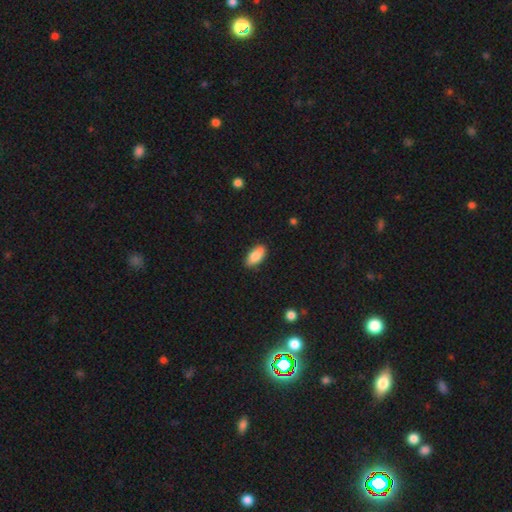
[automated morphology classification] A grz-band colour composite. It shows a smooth galaxy with no disk features (85%) that is in between round and cigar-shaped (87%). Merging: none (87%).